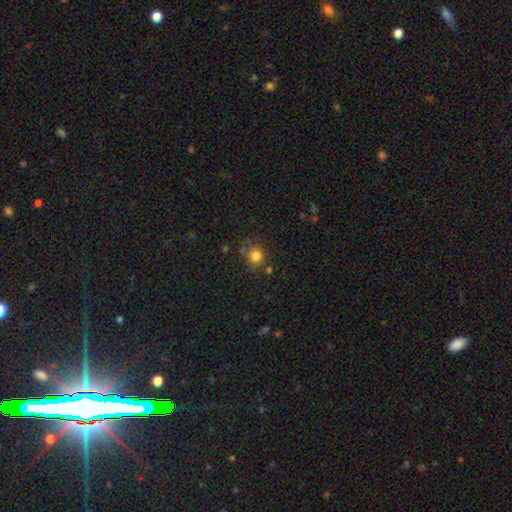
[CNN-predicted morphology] Smooth or featured? Predicted: smooth (p=0.81). How rounded? Predicted: round (p=0.88). Merging? Predicted: none (p=0.74).